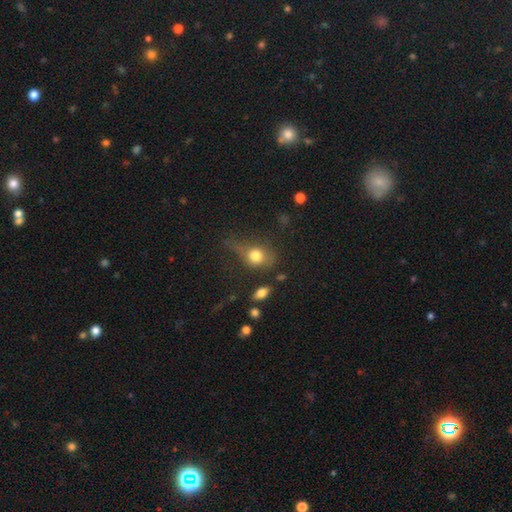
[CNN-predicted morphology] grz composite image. It shows a smooth galaxy with no disk features (74%) that is round (56%). Merging: none (37%).